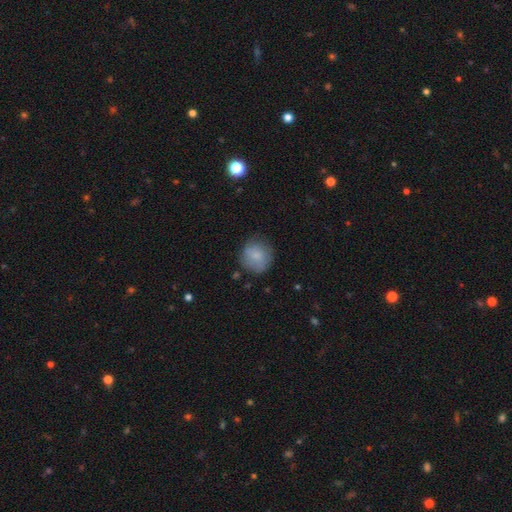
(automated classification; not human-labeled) Q: Smooth or featured?
A: smooth (79%); runner-up: featured or disk (13%)
Q: How rounded?
A: round (88%); runner-up: in between (11%)
Q: Merging?
A: none (75%); runner-up: minor disturbance (18%)